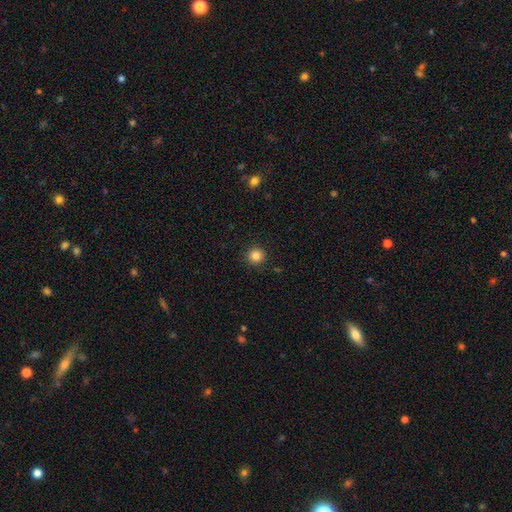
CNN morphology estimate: Q: Smooth or featured?
A: smooth (84%); runner-up: star or artifact (11%)
Q: How rounded?
A: round (94%); runner-up: in between (5%)
Q: Merging?
A: none (92%); runner-up: minor disturbance (5%)